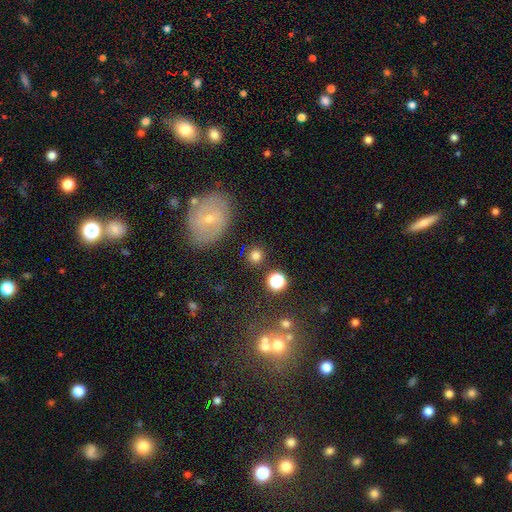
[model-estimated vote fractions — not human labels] Smooth or featured?
  - smooth: 77% *
  - star or artifact: 14%
  - featured or disk: 9%
How rounded?
  - round: 89% *
  - in between: 10%
  - cigar-shaped: 1%
Merging?
  - none: 86% *
  - minor disturbance: 7%
  - merger: 4%
  - major disturbance: 3%